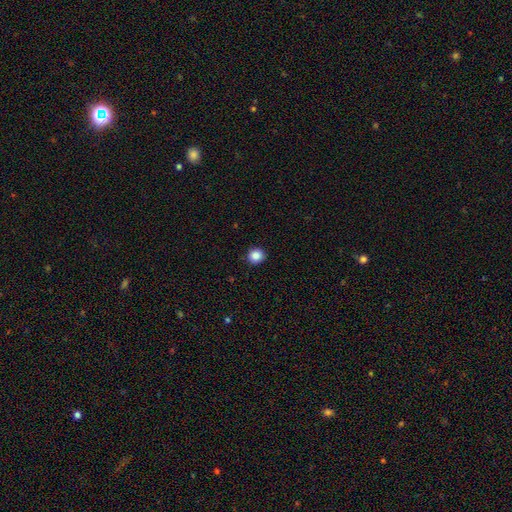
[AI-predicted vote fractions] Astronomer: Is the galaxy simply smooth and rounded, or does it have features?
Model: smooth — 87%.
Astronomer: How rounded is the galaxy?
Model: round — 92%.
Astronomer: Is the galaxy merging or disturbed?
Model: none — 92%.